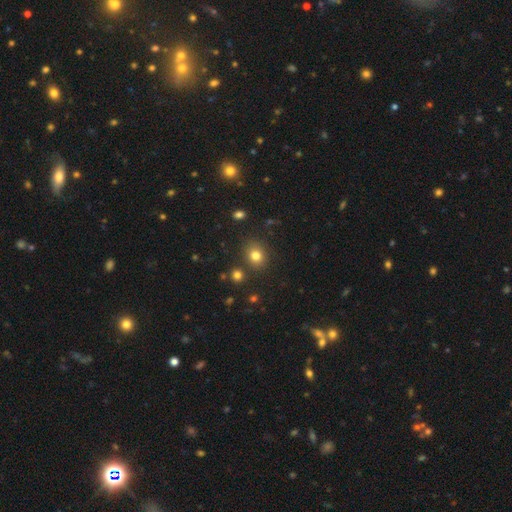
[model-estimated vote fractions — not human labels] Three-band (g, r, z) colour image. It shows a smooth galaxy with no disk features (79%) that is round (64%). Merging: none (82%).